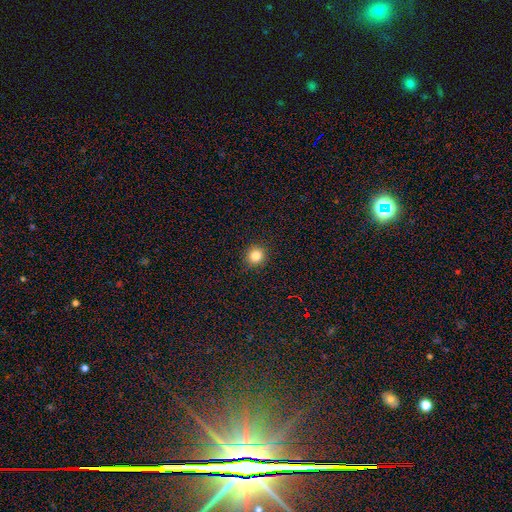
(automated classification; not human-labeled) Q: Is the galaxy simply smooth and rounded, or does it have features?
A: smooth — 83%.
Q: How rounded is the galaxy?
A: round — 93%.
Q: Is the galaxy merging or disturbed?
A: none — 91%.